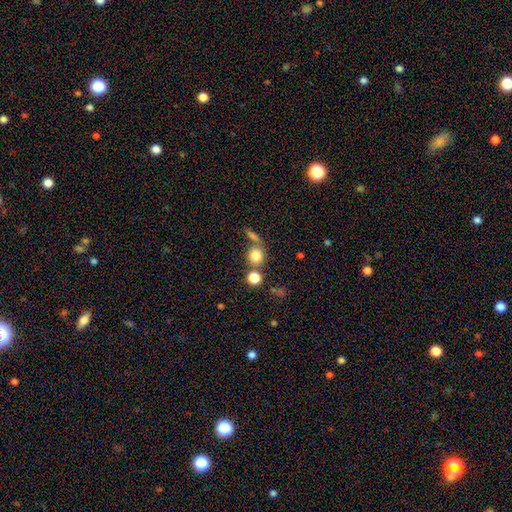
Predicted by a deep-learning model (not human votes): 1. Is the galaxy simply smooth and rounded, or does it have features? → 79% smooth, 12% star or artifact, 9% featured or disk.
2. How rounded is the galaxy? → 82% round, 16% in between, 2% cigar-shaped.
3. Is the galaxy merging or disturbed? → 56% none, 29% merger, 10% minor disturbance, 5% major disturbance.